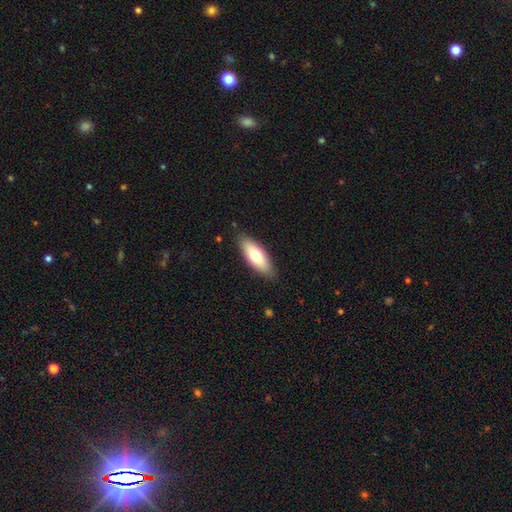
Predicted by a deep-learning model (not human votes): The model was most divided on "how rounded": in between: 70%, cigar-shaped: 28%, round: 2%. More confident: merging — none (86%); smooth or featured — smooth (72%).